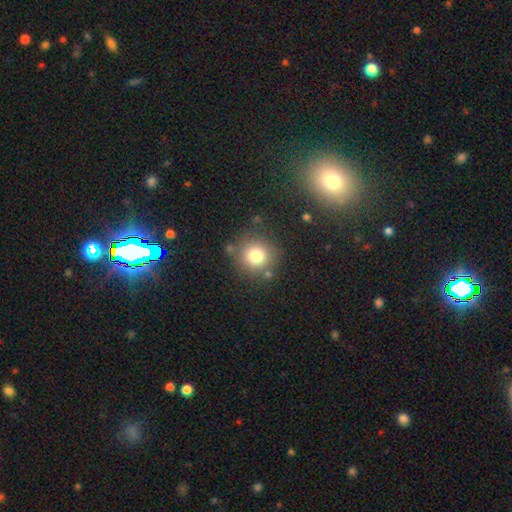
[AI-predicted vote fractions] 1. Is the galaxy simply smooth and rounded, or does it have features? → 79% smooth, 13% star or artifact, 9% featured or disk.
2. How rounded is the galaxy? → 92% round, 7% in between, 1% cigar-shaped.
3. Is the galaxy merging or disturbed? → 81% none, 10% minor disturbance, 5% merger, 4% major disturbance.